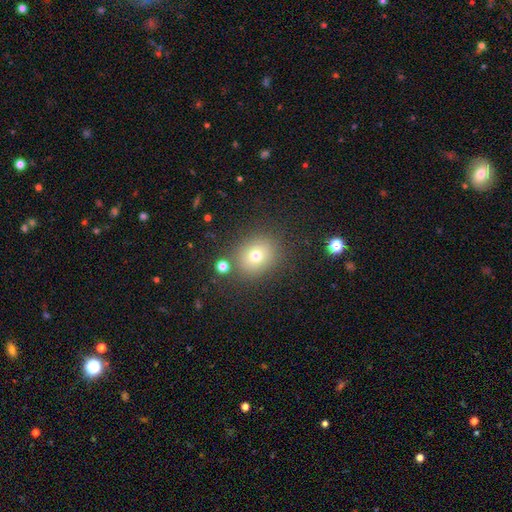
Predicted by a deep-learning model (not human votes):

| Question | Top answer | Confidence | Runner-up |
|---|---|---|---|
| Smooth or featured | smooth | 72% | star or artifact (16%) |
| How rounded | round | 69% | in between (30%) |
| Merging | none | 82% | minor disturbance (9%) |